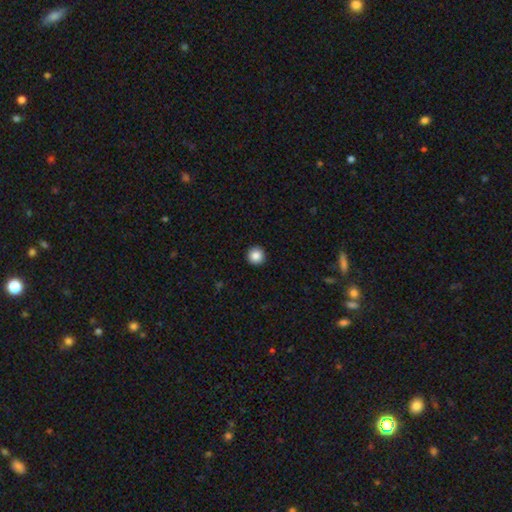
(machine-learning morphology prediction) smooth-or-featured: smooth: 86% | star or artifact: 9% | featured or disk: 4%
  how-rounded: round: 96% | in between: 3% | cigar-shaped: 1%
  merging: none: 93% | minor disturbance: 5% | major disturbance: 1% | merger: 1%